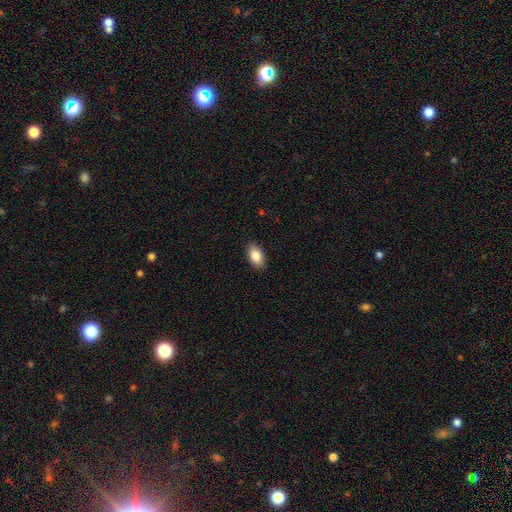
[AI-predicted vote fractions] This appears to be a smooth galaxy with no disk features (86%) that is in between round and cigar-shaped (92%). Merging: none (89%).